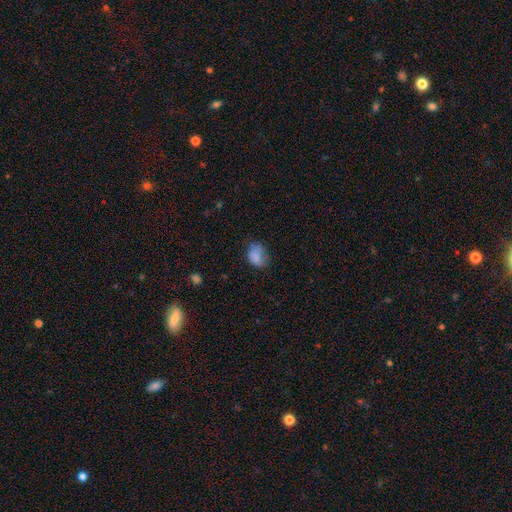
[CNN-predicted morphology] Smooth or featured? smooth (81%)
How rounded? in between (67%)
Merging? none (53%)